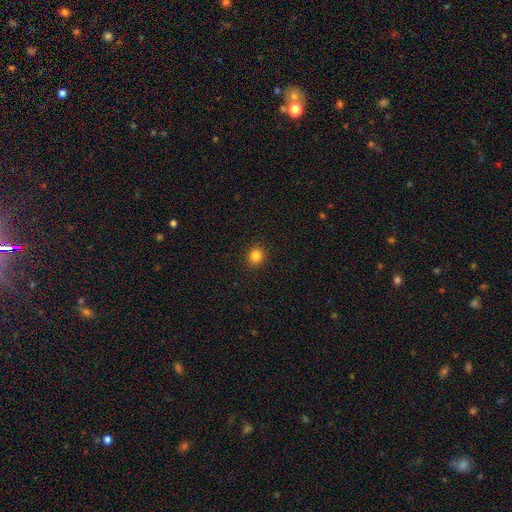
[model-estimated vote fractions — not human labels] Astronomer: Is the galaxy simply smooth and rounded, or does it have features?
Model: smooth — 85%.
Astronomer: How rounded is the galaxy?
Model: round — 82%.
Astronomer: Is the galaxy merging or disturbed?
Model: none — 92%.